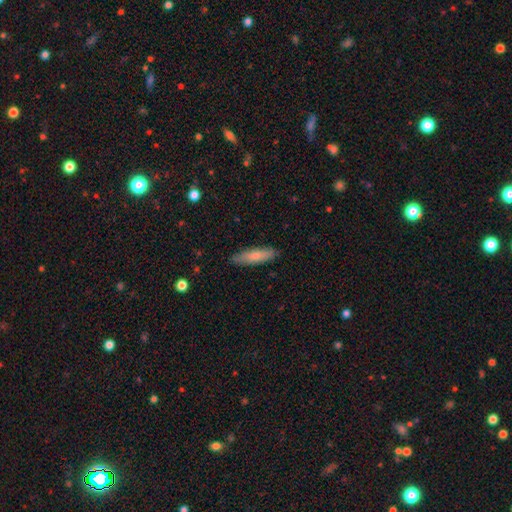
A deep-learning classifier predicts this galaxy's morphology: smooth_or_featured: smooth (p=0.73) [alt: featured or disk p=0.21]
how_rounded: cigar-shaped (p=0.66) [alt: in between p=0.33]
merging: none (p=0.86) [alt: minor disturbance p=0.11]